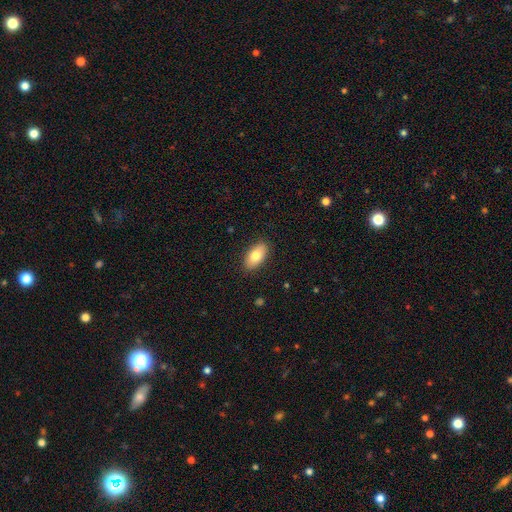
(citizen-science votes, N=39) Volunteers were most divided on "smooth or featured": smooth: 77%, featured or disk: 15%, star or artifact: 8%. More confident: how rounded — in between (100%); merging — none (94%).